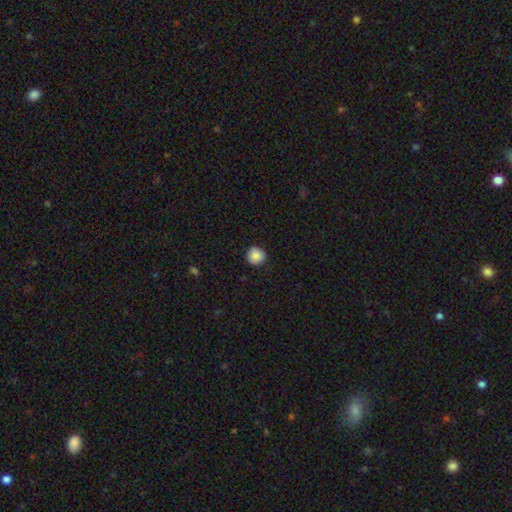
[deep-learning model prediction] A smooth galaxy with no disk features (86%) that is round (95%).

Vote fractions:
- Smooth or featured? smooth: 86% / star or artifact: 9% / featured or disk: 5%
- How rounded? round: 95% / in between: 4% / cigar-shaped: 1%
- Merging? none: 91% / minor disturbance: 6% / major disturbance: 2% / merger: 1%